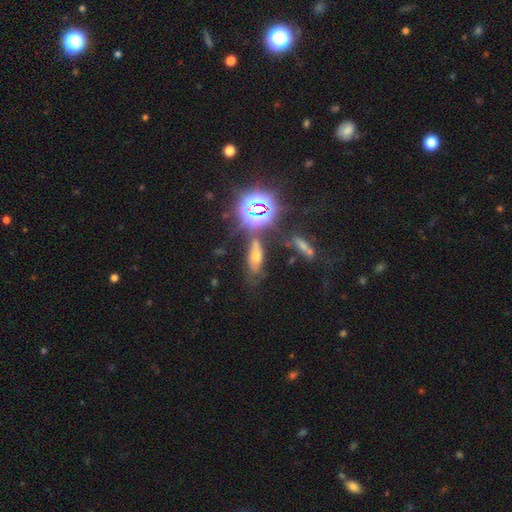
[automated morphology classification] Smooth or featured: star or artifact — 43% (smooth — 35%)